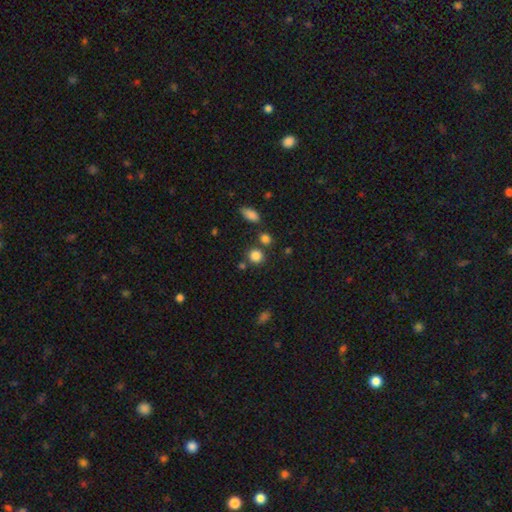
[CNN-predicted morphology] type=smooth (83%); roundness=round (86%); merging=none (75%).